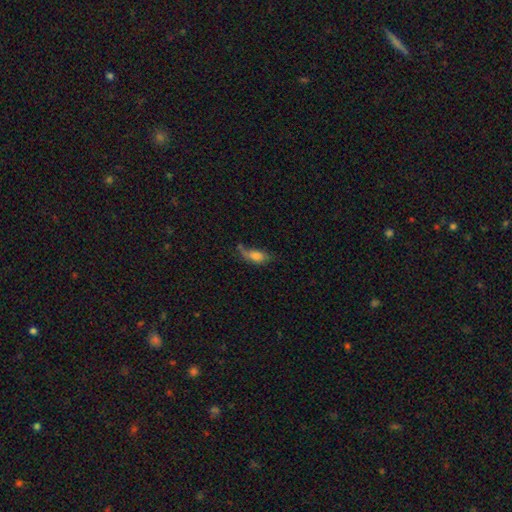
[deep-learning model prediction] Smooth or featured?
  - smooth: 66% *
  - featured or disk: 24%
  - star or artifact: 10%
How rounded?
  - in between: 80% *
  - cigar-shaped: 13%
  - round: 7%
Merging?
  - none: 34% *
  - minor disturbance: 30%
  - major disturbance: 27%
  - merger: 9%